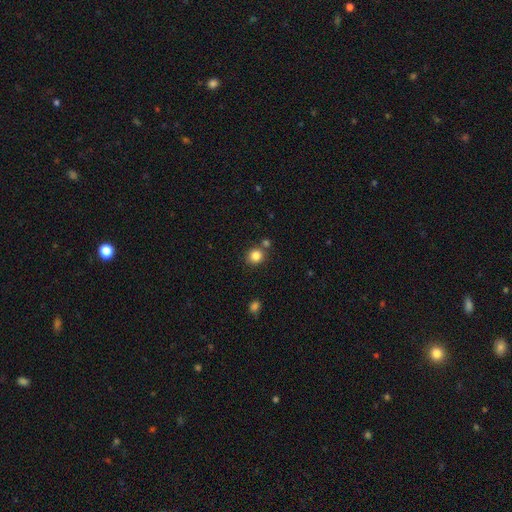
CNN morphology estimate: smooth-or-featured: smooth: 84% | star or artifact: 11% | featured or disk: 5%
  how-rounded: round: 89% | in between: 10% | cigar-shaped: 1%
  merging: none: 75% | merger: 13% | minor disturbance: 9% | major disturbance: 3%